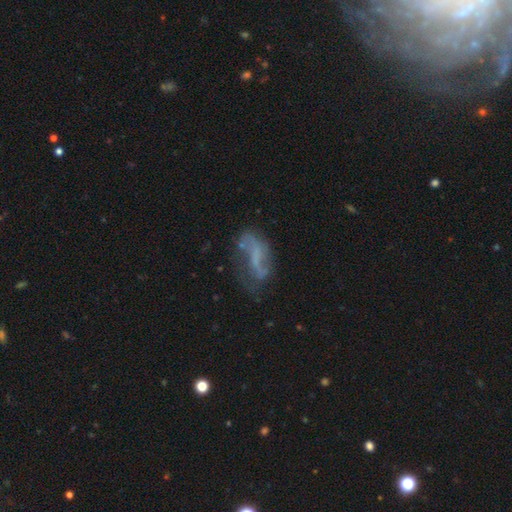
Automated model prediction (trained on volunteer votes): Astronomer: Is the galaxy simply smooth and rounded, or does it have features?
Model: featured or disk — 63%.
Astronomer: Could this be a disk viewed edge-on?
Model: no — 93%.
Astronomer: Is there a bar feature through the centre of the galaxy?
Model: no — 43% (runner-up: weak, 34%).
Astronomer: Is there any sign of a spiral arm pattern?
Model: yes — 68%.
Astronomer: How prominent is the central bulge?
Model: none — 65%.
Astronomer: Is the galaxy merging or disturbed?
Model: none — 45% (runner-up: minor disturbance, 25%).